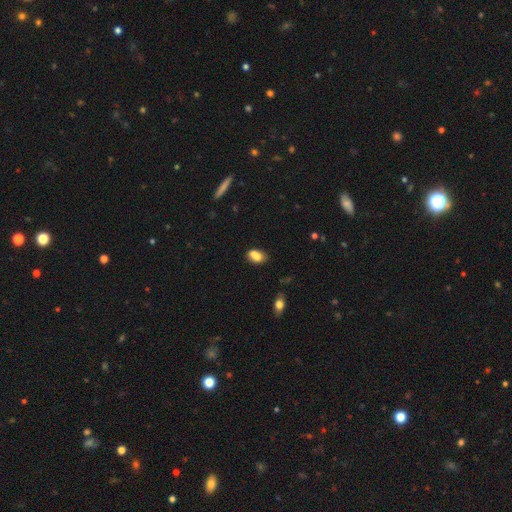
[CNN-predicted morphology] A smooth galaxy with no disk features (77%) that is in between round and cigar-shaped (82%).

Vote fractions:
- Smooth or featured? smooth: 77% / featured or disk: 13% / star or artifact: 10%
- How rounded? in between: 82% / round: 15% / cigar-shaped: 3%
- Merging? none: 48% / merger: 30% / minor disturbance: 17% / major disturbance: 5%